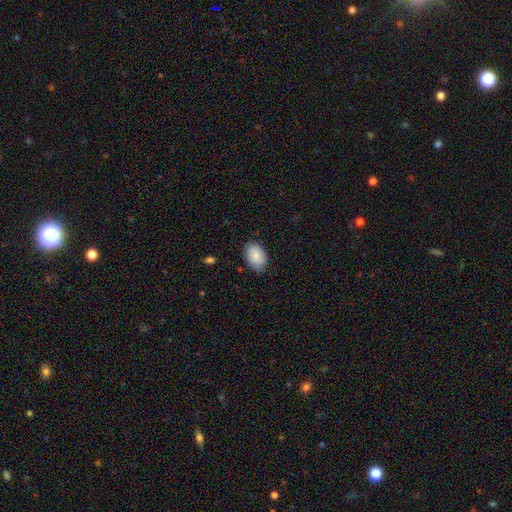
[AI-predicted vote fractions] Q: Smooth or featured?
A: smooth (88%); runner-up: star or artifact (6%)
Q: How rounded?
A: in between (88%); runner-up: round (11%)
Q: Merging?
A: none (84%); runner-up: minor disturbance (13%)